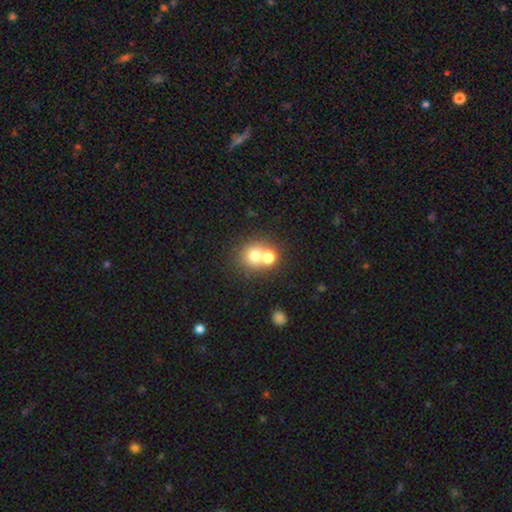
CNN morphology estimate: Overall: smooth (70%). How rounded: round (82%). Merging: merger (52%; none 40%).